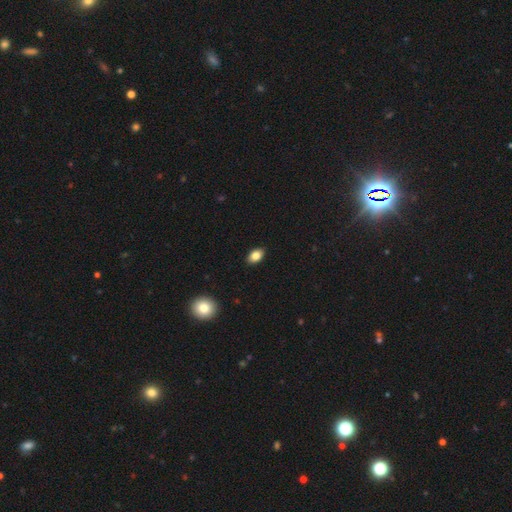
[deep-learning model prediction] smooth-or-featured: smooth: 84% | star or artifact: 9% | featured or disk: 8%
  how-rounded: in between: 88% | round: 11% | cigar-shaped: 2%
  merging: none: 89% | minor disturbance: 8% | major disturbance: 2% | merger: 1%